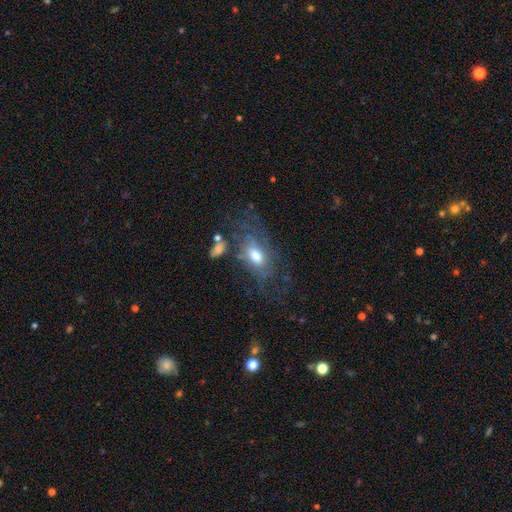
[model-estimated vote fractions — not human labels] This appears to be a featured or disk galaxy (50%). Merging: none (45%).